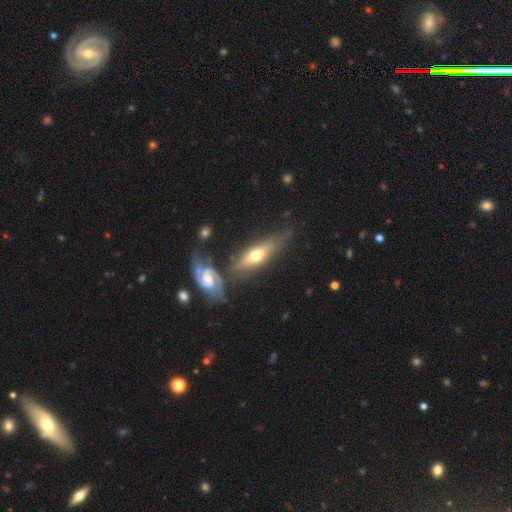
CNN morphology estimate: A featured or disk galaxy (59%) viewed edge-on (67%).

Vote fractions:
- Smooth or featured? featured or disk: 59% / smooth: 35% / star or artifact: 6%
- Edge-on disk? yes: 67% / no: 33%
- Merging? none: 53% / minor disturbance: 21% / merger: 17% / major disturbance: 9%